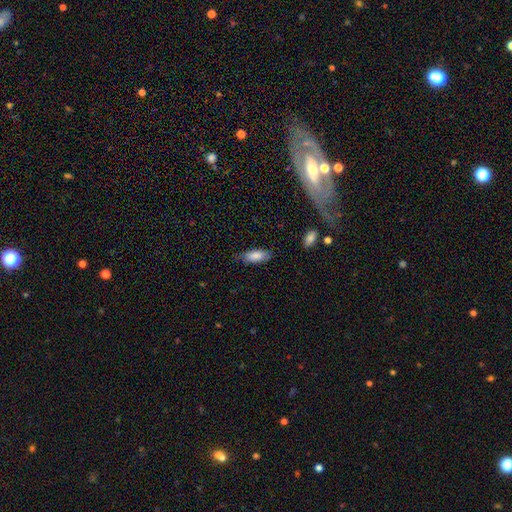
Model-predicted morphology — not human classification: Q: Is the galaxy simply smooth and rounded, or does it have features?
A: smooth — 85%.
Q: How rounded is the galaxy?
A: in between — 73%.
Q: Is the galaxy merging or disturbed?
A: none — 75%.